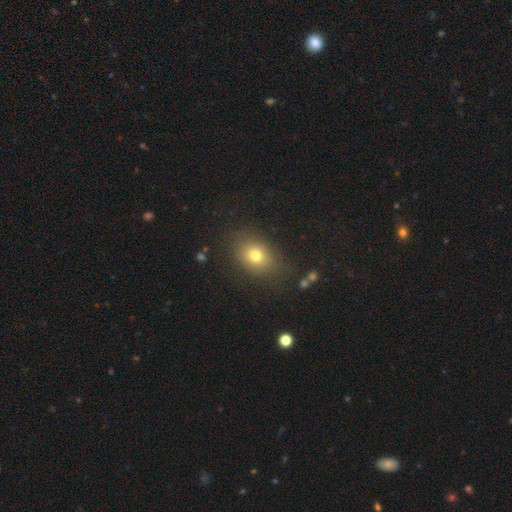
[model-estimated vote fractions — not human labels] smooth-or-featured: smooth: 75% | star or artifact: 13% | featured or disk: 12%
  how-rounded: in between: 58% | round: 41% | cigar-shaped: 1%
  merging: none: 81% | minor disturbance: 12% | major disturbance: 5% | merger: 2%